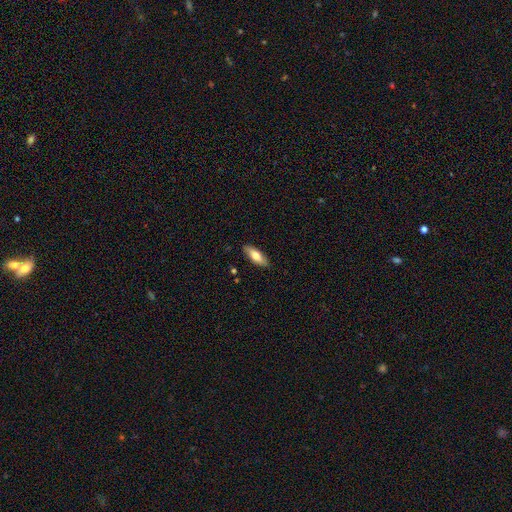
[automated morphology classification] A smooth galaxy with no disk features (72%) that is in between round and cigar-shaped (70%).

Vote fractions:
- Smooth or featured? smooth: 72% / featured or disk: 22% / star or artifact: 6%
- How rounded? in between: 70% / cigar-shaped: 28% / round: 2%
- Merging? none: 87% / minor disturbance: 10% / major disturbance: 2% / merger: 1%